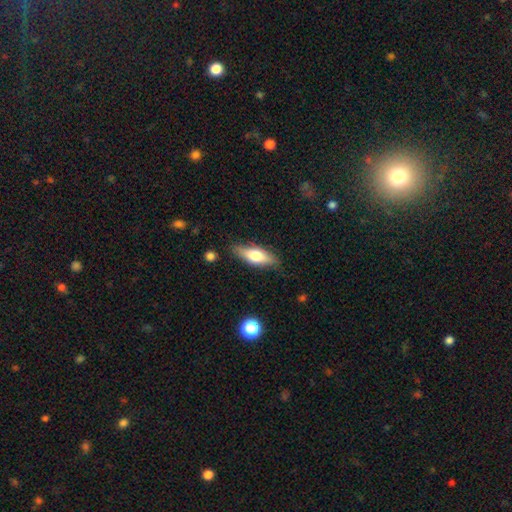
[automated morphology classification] Smooth or featured? smooth (63%)
How rounded? in between (60%)
Merging? none (83%)